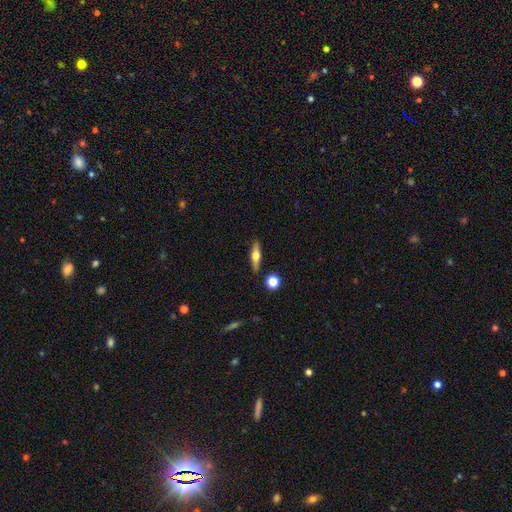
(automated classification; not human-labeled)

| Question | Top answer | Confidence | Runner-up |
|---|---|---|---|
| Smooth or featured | featured or disk | 55% | smooth (38%) |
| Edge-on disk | yes | 94% | no (6%) |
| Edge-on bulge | rounded | 94% | boxy (4%) |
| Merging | none | 86% | minor disturbance (9%) |